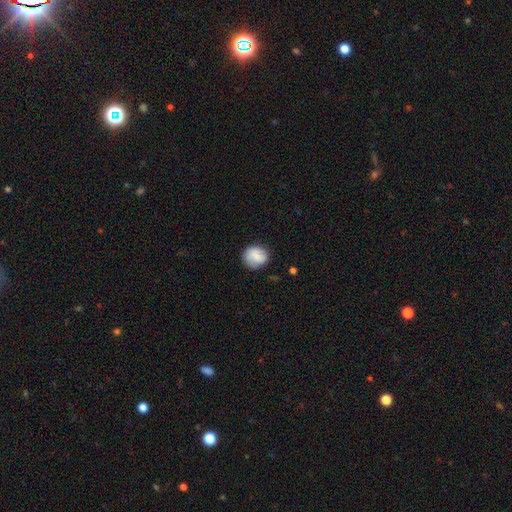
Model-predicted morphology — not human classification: A smooth galaxy with no disk features (77%) that is round (81%). Merging: none (77%).